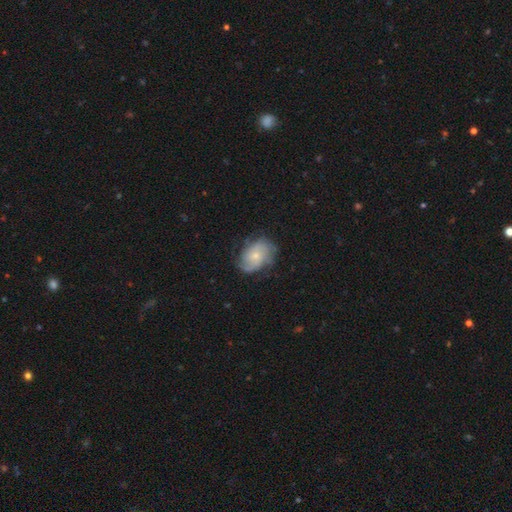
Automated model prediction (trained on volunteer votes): Overall: featured or disk (60%; smooth 33%). Edge-on disk: no (97%). Bar: no (78%). Spiral arms: yes (86%). Bulge size: small (66%; moderate 28%). Merging: none (63%; minor disturbance 25%).